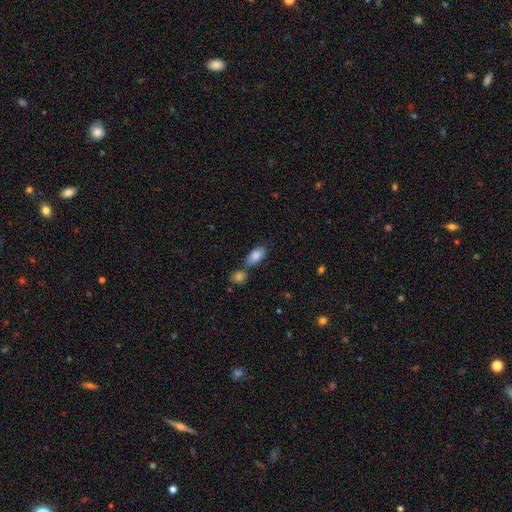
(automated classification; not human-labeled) smooth-or-featured: smooth: 86% | featured or disk: 7% | star or artifact: 7%
  how-rounded: in between: 92% | cigar-shaped: 4% | round: 4%
  merging: none: 52% | merger: 30% | minor disturbance: 14% | major disturbance: 4%